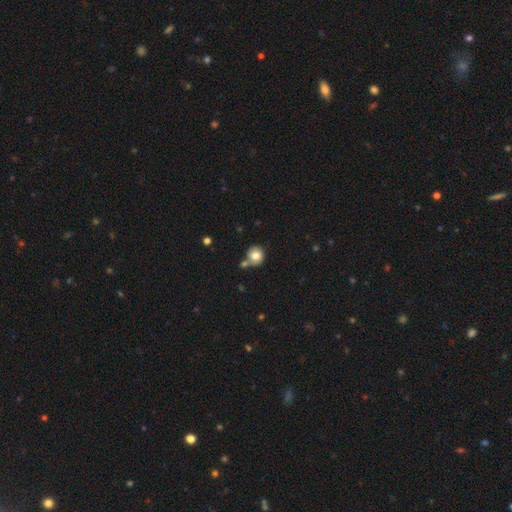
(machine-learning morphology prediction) Overall: smooth (80%). How rounded: round (89%). Merging: none (62%).